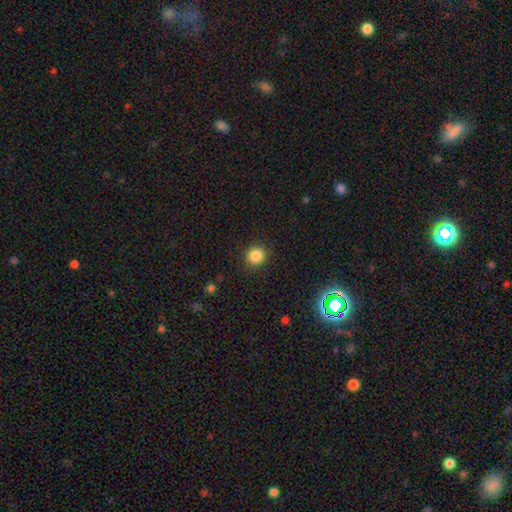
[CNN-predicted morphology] Smooth or featured? Predicted: smooth (p=0.85). How rounded? Predicted: round (p=0.87). Merging? Predicted: none (p=0.90).